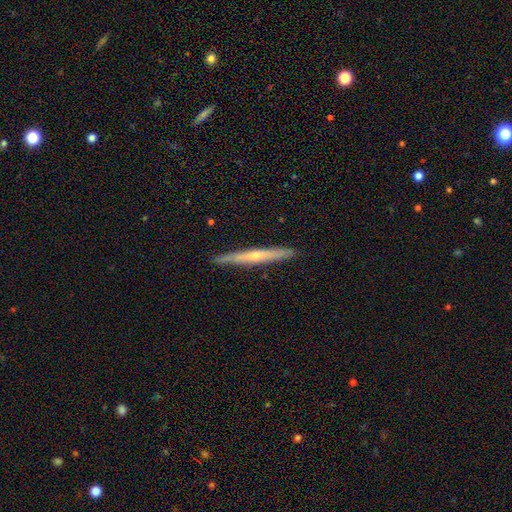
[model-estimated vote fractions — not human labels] Overall: featured or disk (62%; smooth 33%). Edge-on disk: yes (96%). Edge-on bulge: rounded (60%; none 36%). Merging: none (90%).